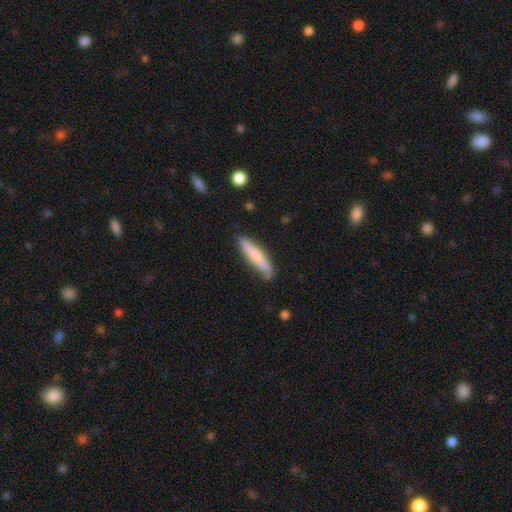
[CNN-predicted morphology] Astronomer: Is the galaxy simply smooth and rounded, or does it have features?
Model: smooth — 72%.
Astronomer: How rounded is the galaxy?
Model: cigar-shaped — 88%.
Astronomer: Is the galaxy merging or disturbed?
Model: none — 80%.